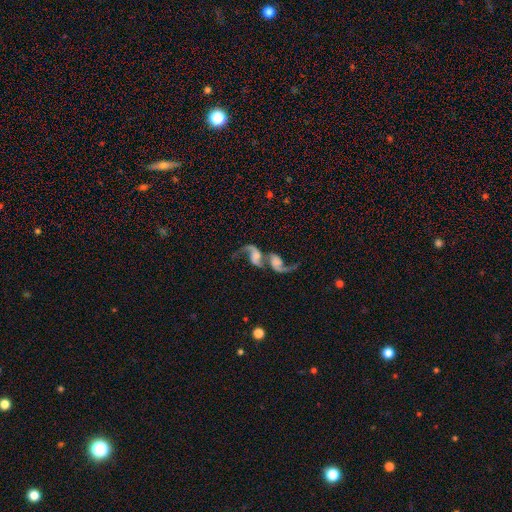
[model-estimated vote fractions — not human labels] smooth-or-featured: featured or disk: 77% | smooth: 14% | star or artifact: 9%
  disk-edge-on: no: 96% | yes: 4%
    bar: no: 55% | weak: 33% | strong: 13%
    has-spiral-arms: yes: 89% | no: 11%
      spiral-winding: loose: 86% | medium: 11% | tight: 2%
      spiral-arm-count: 2: 80% | 1: 14% | can't tell: 3% | 3: 1% | 4: 1% | more than 4: 1%
    bulge-size: none: 31% | moderate: 28% | small: 27% | large: 12% | dominant: 3%
  merging: merger: 65% | none: 18% | major disturbance: 12% | minor disturbance: 6%